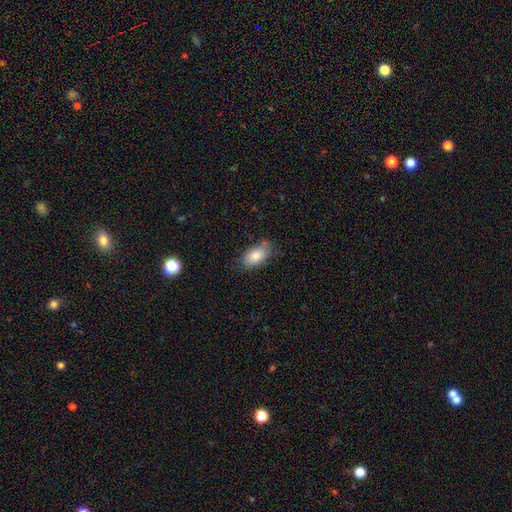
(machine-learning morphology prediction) A smooth galaxy with no disk features (82%) that is in between round and cigar-shaped (91%).

Vote fractions:
- Smooth or featured? smooth: 82% / featured or disk: 11% / star or artifact: 8%
- How rounded? in between: 91% / round: 6% / cigar-shaped: 3%
- Merging? none: 74% / minor disturbance: 20% / major disturbance: 4% / merger: 2%